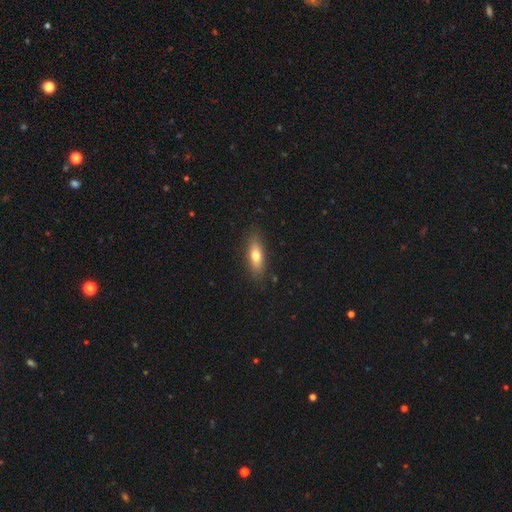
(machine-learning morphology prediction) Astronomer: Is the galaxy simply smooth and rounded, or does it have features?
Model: smooth — 70%.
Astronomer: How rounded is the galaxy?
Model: in between — 61%.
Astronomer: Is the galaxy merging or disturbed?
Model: none — 84%.